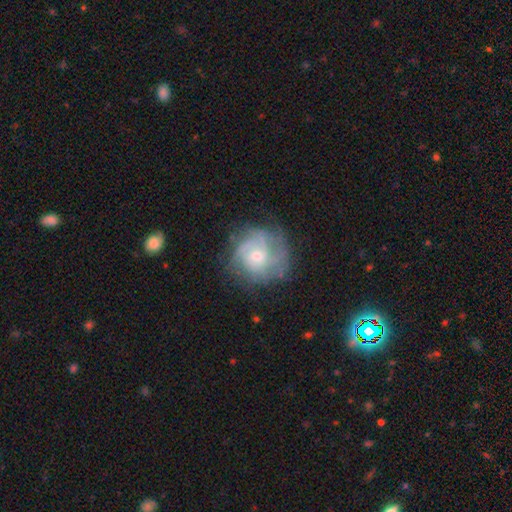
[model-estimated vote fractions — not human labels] This is likely a featured or disk galaxy (72%). It is clearly not viewed edge-on (98%). Bar: likely no (73%). Spiral arm pattern: clearly yes (88%). Spiral arm count: marginally can't tell (43%). Spiral winding: possibly tight (58%). Central bulge: possibly small (53%). Merging: likely none (70%).